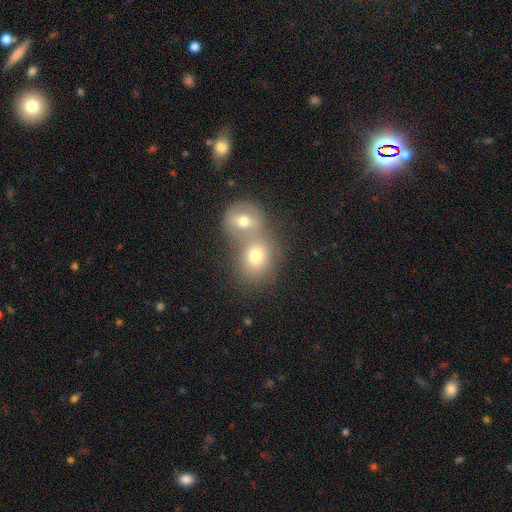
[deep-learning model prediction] The model was most divided on "merging": merger: 58%, none: 32%, minor disturbance: 7%, major disturbance: 3%. More confident: smooth or featured — smooth (69%); how rounded — round (68%).